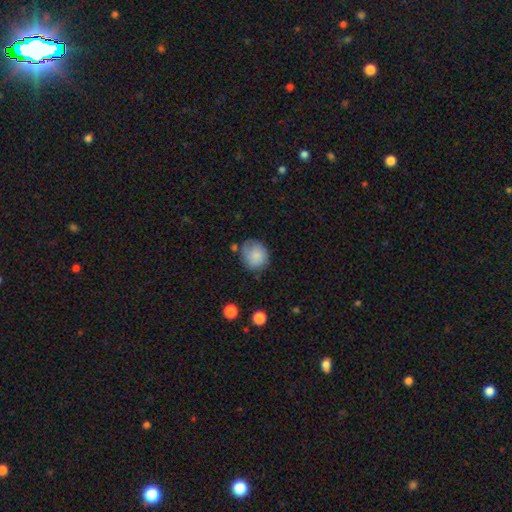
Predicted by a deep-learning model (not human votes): A smooth galaxy with no disk features (83%) that is round (76%).

Vote fractions:
- Smooth or featured? smooth: 83% / featured or disk: 9% / star or artifact: 7%
- How rounded? round: 76% / in between: 23% / cigar-shaped: 1%
- Merging? none: 66% / minor disturbance: 23% / major disturbance: 6% / merger: 4%